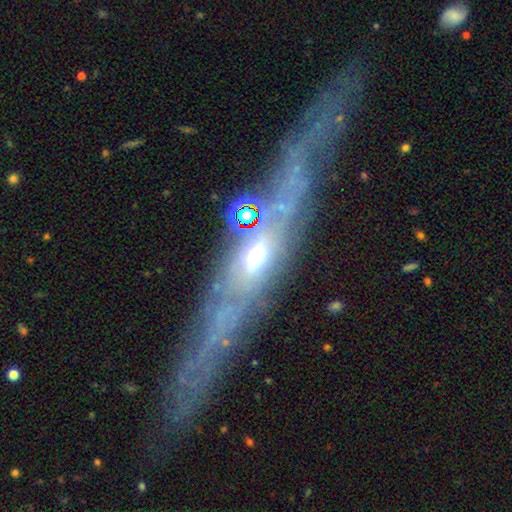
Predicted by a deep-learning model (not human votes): Overall: featured or disk (79%). Edge-on disk: yes (68%; no 32%). Edge-on bulge: rounded (69%). Merging: none (63%).